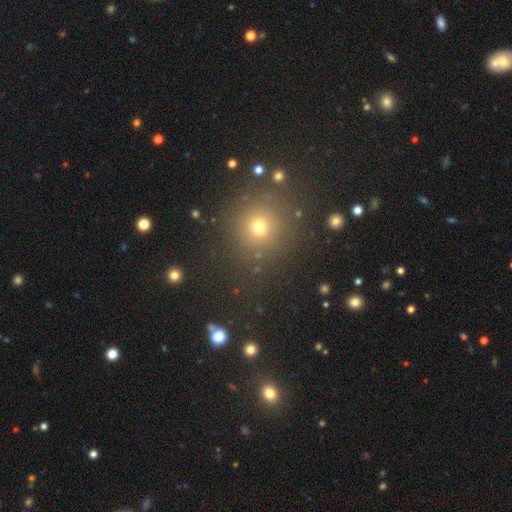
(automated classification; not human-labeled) Smooth or featured? Predicted: smooth (p=0.50). How rounded? Predicted: round (p=0.87). Merging? Predicted: none (p=0.86).